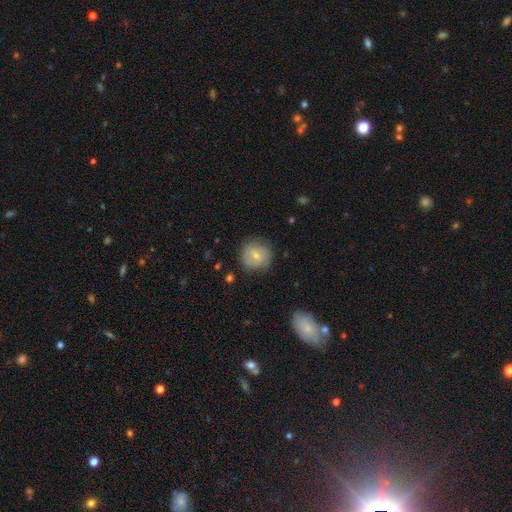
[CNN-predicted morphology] type=smooth (64%); roundness=round (90%); merging=none (78%).